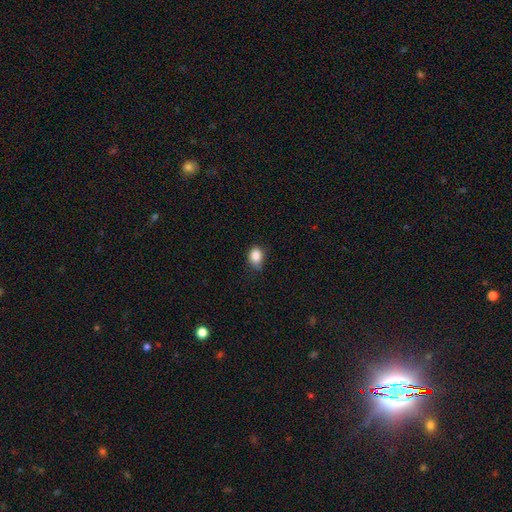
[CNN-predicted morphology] Q: Smooth or featured?
A: smooth (87%); runner-up: star or artifact (9%)
Q: How rounded?
A: in between (63%); runner-up: round (36%)
Q: Merging?
A: none (64%); runner-up: minor disturbance (29%)